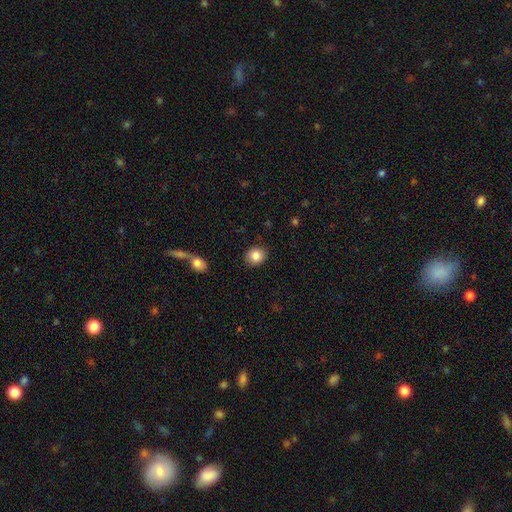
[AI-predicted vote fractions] Overall: smooth (85%). How rounded: round (71%). Merging: none (89%).